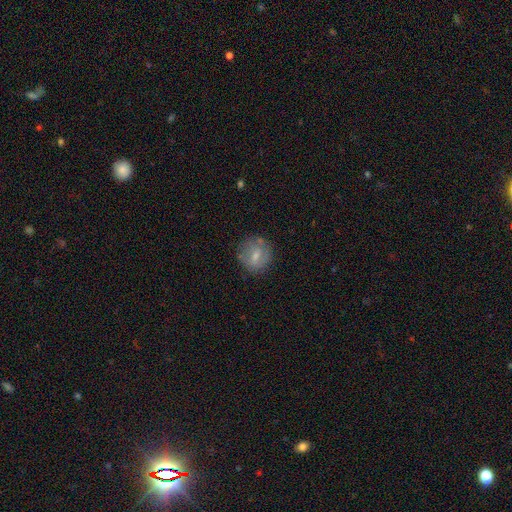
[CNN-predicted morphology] smooth 62%, featured or disk 30%, star or artifact 8%. Down the decision tree: how rounded — round (85%); merging — none (75%).